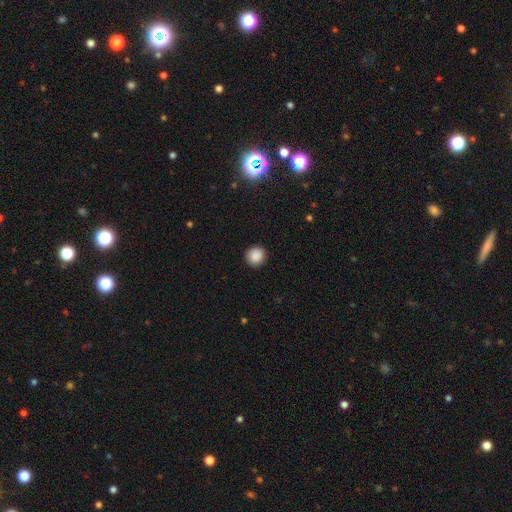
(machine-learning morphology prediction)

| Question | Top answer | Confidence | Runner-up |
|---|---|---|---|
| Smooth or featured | smooth | 89% | star or artifact (9%) |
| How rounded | round | 93% | in between (6%) |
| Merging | none | 92% | minor disturbance (5%) |